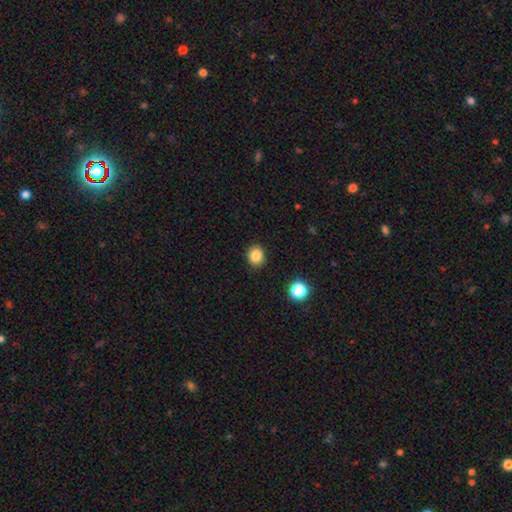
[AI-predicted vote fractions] Smooth or featured: smooth — 84% (star or artifact — 11%)
How rounded: round — 72% (in between — 27%)
Merging: none — 89% (minor disturbance — 7%)